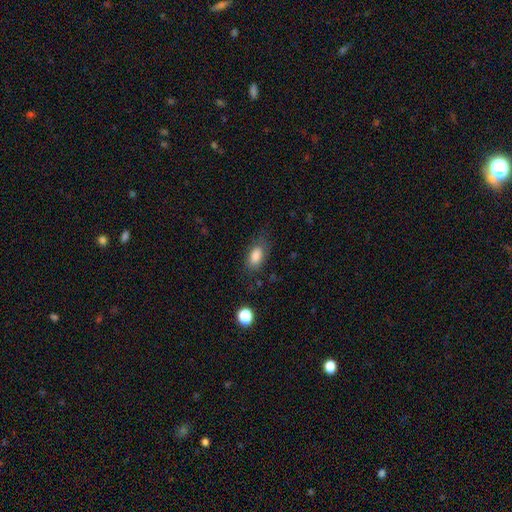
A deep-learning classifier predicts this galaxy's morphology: The model was most divided on "merging": none: 71%, minor disturbance: 19%, major disturbance: 7%, merger: 2%. More confident: how rounded — in between (88%); smooth or featured — smooth (84%).